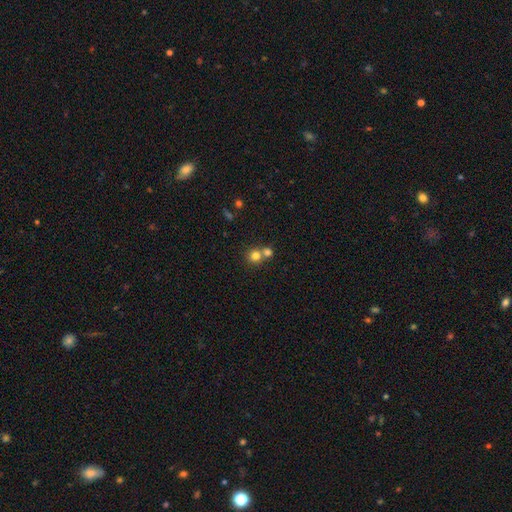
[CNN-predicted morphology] This appears to be a smooth galaxy with no disk features (78%) that is round (89%). Merging: none (48%).